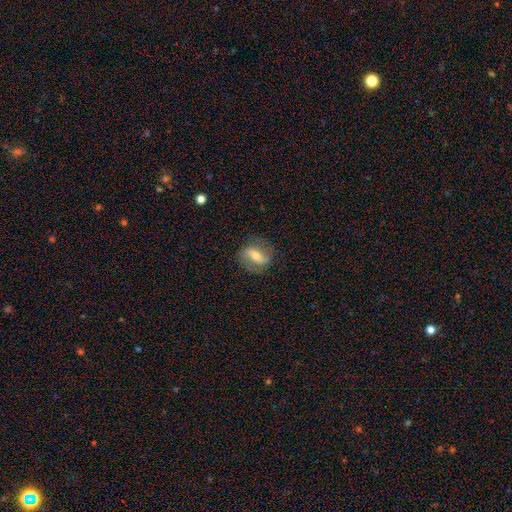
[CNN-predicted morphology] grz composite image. It shows a featured or disk galaxy (69%) with a strong bar (52%), 2 (86%) medium (40%) spiral arms (82%) and a moderate central bulge (56%). Merging: none (80%).